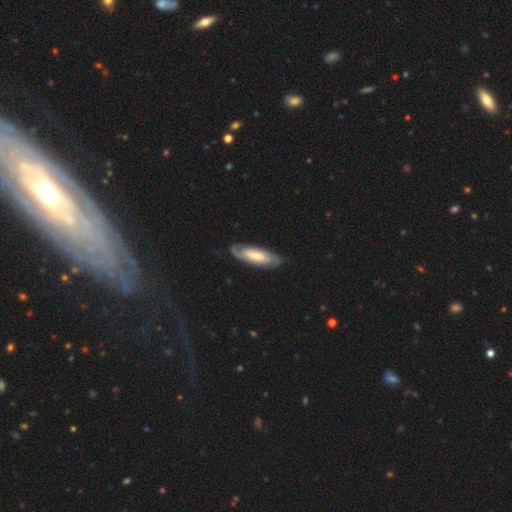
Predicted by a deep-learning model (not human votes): Smooth or featured? Predicted: featured or disk (p=0.64). Edge-on disk? Predicted: no (p=0.83). Bar? Predicted: no (p=0.48). Spiral arms? Predicted: yes (p=0.87). Bulge size? Predicted: moderate (p=0.39). Merging? Predicted: none (p=0.79).